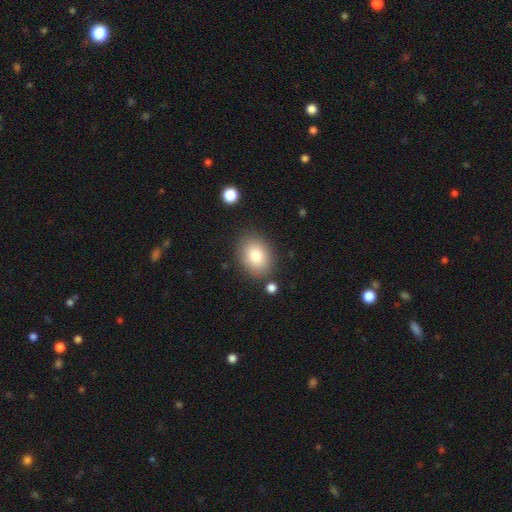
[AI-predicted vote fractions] A smooth galaxy with no disk features (81%) that is in between round and cigar-shaped (57%). Merging: none (83%).